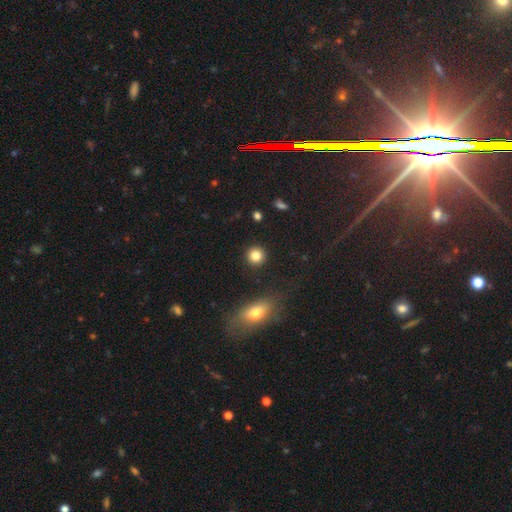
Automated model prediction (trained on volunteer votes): Smooth or featured? smooth (84%)
How rounded? round (92%)
Merging? none (91%)